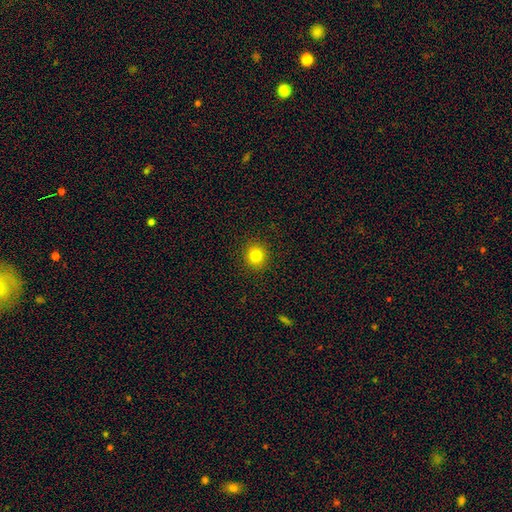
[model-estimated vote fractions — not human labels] smooth-or-featured: smooth: 82% | star or artifact: 12% | featured or disk: 6%
  how-rounded: round: 88% | in between: 11% | cigar-shaped: 1%
  merging: none: 92% | minor disturbance: 6% | major disturbance: 2% | merger: 1%